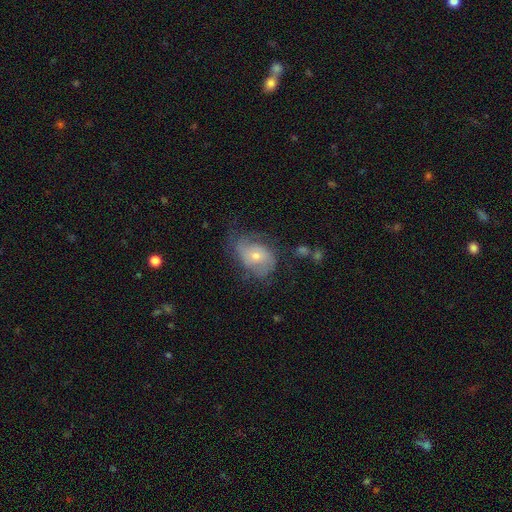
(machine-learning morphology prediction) featured or disk 56%, smooth 36%, star or artifact 8%. Down the decision tree: edge-on disk — no (96%); bar — no (68%); spiral arms — yes (75%); bulge size — small (52%); merging — none (48%).